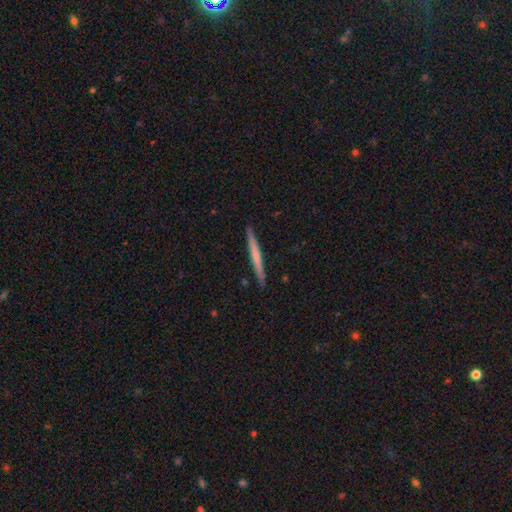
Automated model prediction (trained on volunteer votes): Smooth or featured: smooth — 54% (featured or disk — 41%)
How rounded: cigar-shaped — 97% (in between — 2%)
Merging: none — 91% (minor disturbance — 6%)